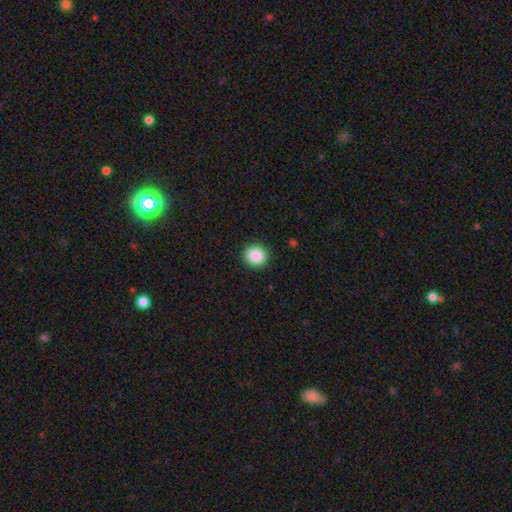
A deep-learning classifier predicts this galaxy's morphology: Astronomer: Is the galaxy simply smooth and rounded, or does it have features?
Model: smooth — 88%.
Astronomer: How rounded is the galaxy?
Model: round — 87%.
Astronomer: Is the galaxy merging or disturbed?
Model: none — 91%.